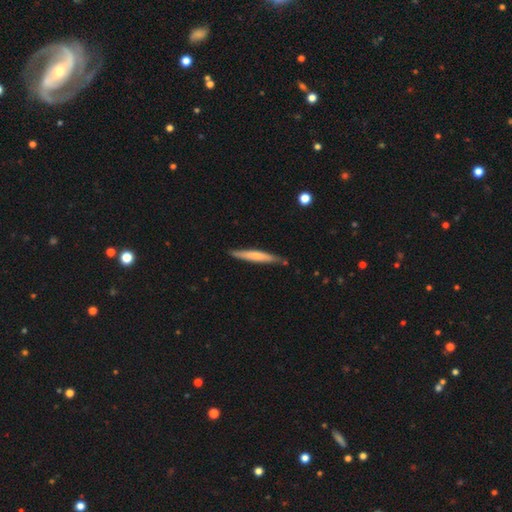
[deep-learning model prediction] Morphology: type=smooth (61%); roundness=cigar-shaped (95%); merging=none (83%).